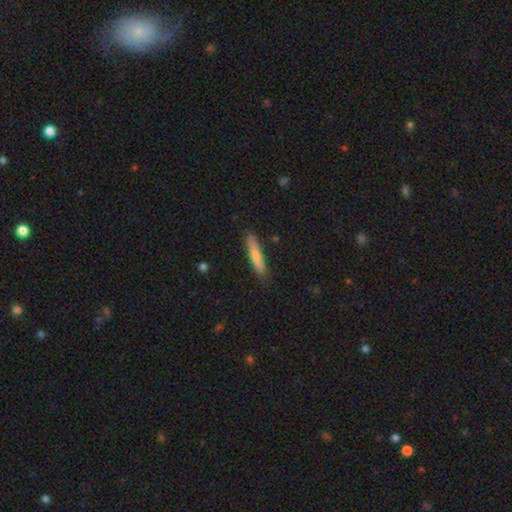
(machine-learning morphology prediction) smooth_or_featured: smooth (p=0.63) [alt: featured or disk p=0.30]
how_rounded: cigar-shaped (p=0.93) [alt: in between p=0.06]
merging: none (p=0.88) [alt: minor disturbance p=0.09]